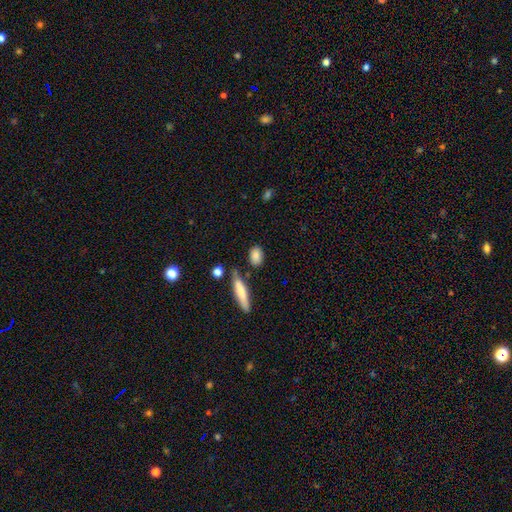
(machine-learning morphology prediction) Smooth or featured: smooth — 85% (featured or disk — 8%)
How rounded: in between — 74% (round — 16%)
Merging: none — 75% (minor disturbance — 15%)